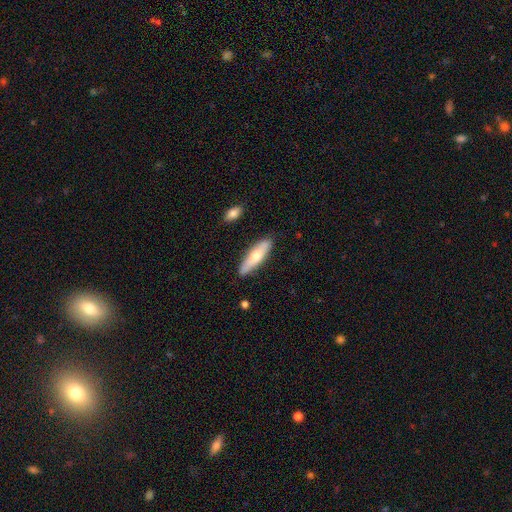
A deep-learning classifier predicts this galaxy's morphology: smooth 60%, featured or disk 34%, star or artifact 6%. Down the decision tree: how rounded — cigar-shaped (64%); merging — none (85%).